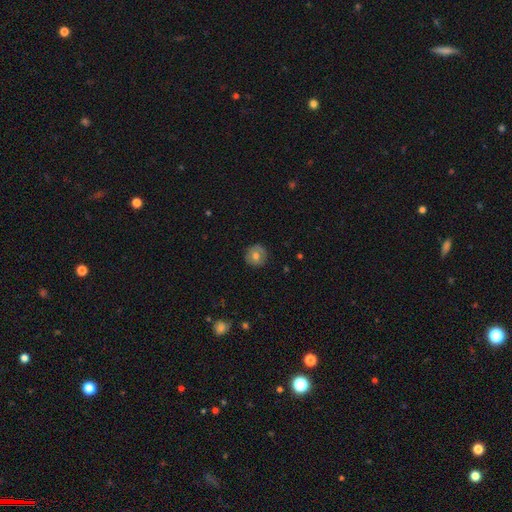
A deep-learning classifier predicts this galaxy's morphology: smooth 66%, featured or disk 25%, star or artifact 9%. Down the decision tree: how rounded — round (91%); merging — none (85%).